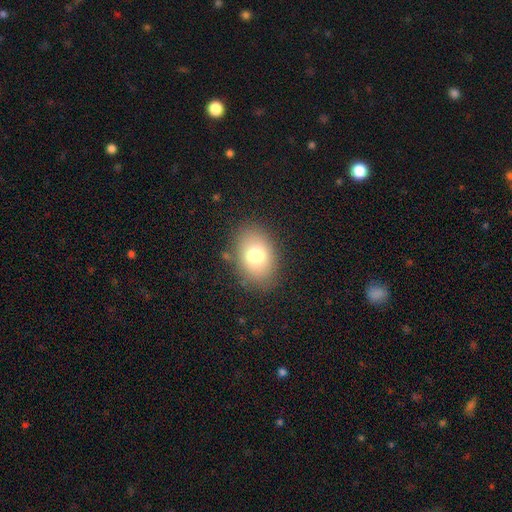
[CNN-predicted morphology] A smooth galaxy with no disk features (76%) that is in between round and cigar-shaped (74%).

Vote fractions:
- Smooth or featured? smooth: 76% / featured or disk: 14% / star or artifact: 10%
- How rounded? in between: 74% / round: 25% / cigar-shaped: 1%
- Merging? none: 82% / minor disturbance: 12% / major disturbance: 4% / merger: 2%